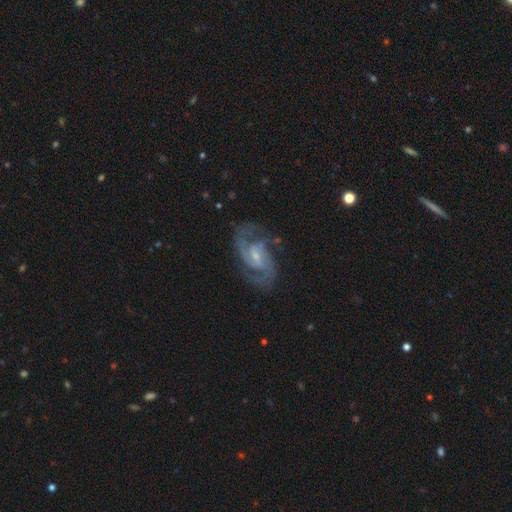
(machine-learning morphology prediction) A featured or disk galaxy (92%) with a weak bar (54%), 2 (86%) medium (61%) spiral arms (98%) and a small central bulge (66%).

Vote fractions:
- Smooth or featured? featured or disk: 92% / star or artifact: 4% / smooth: 4%
- Edge-on disk? no: 98% / yes: 2%
- Bar? weak: 54% / no: 29% / strong: 17%
- Spiral arms? yes: 98% / no: 2%
- Spiral winding? medium: 61% / tight: 27% / loose: 12%
- Spiral arm count? 2: 86% / 3: 6% / can't tell: 3% / 4: 2% / 1: 2% / more than 4: 2%
- Bulge size? small: 66% / moderate: 24% / none: 7% / large: 2% / dominant: 1%
- Merging? none: 76% / minor disturbance: 15% / major disturbance: 6% / merger: 2%